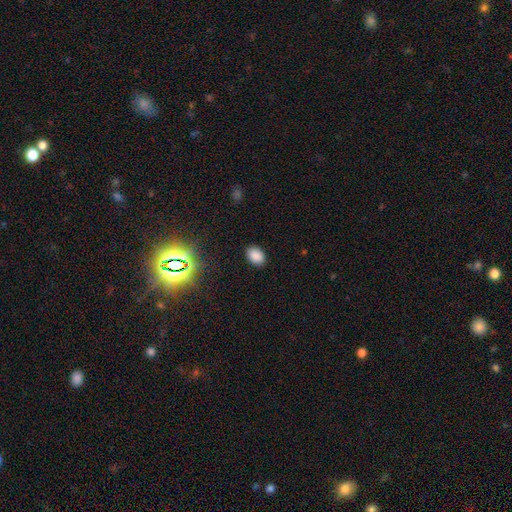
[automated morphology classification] Smooth or featured? Predicted: smooth (p=0.84). How rounded? Predicted: in between (p=0.80). Merging? Predicted: none (p=0.88).